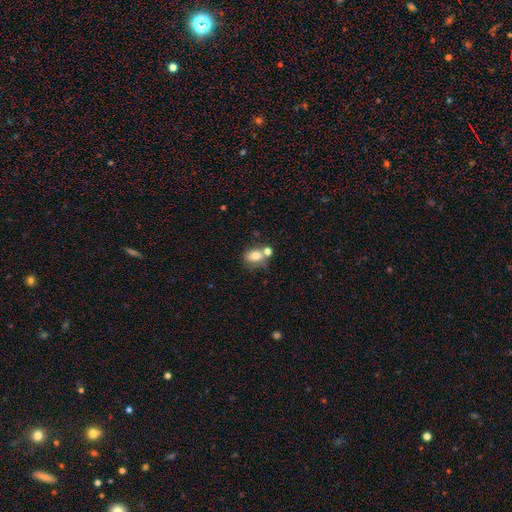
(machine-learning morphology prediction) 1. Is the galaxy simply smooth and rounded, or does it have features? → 76% smooth, 14% featured or disk, 10% star or artifact.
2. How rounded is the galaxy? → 62% in between, 37% round, 2% cigar-shaped.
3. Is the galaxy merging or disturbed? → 47% none, 33% merger, 15% minor disturbance, 6% major disturbance.